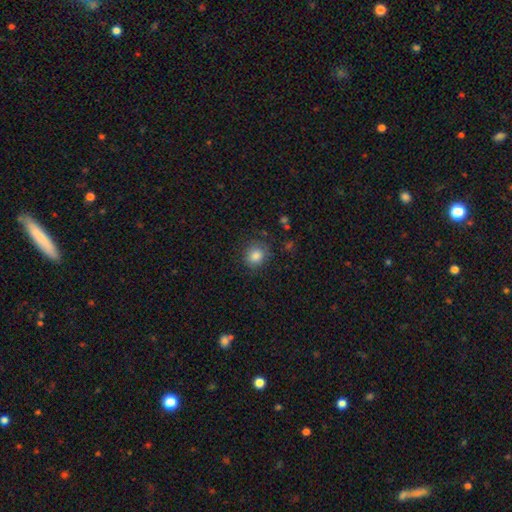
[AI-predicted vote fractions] Q: Smooth or featured?
A: smooth (85%); runner-up: star or artifact (10%)
Q: How rounded?
A: round (78%); runner-up: in between (21%)
Q: Merging?
A: none (80%); runner-up: minor disturbance (14%)